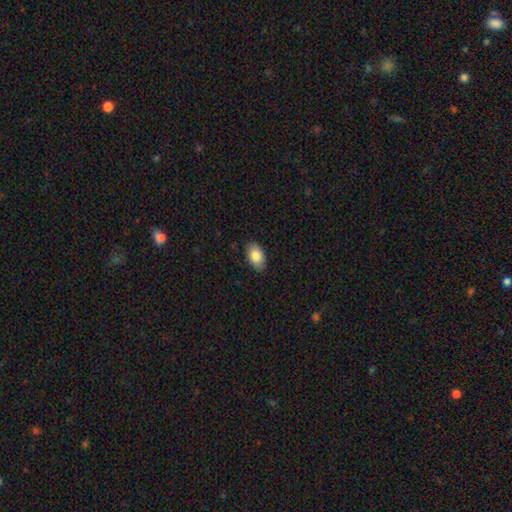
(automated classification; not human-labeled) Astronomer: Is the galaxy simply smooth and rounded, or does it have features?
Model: smooth — 84%.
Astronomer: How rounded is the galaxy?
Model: in between — 92%.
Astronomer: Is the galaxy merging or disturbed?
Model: none — 87%.